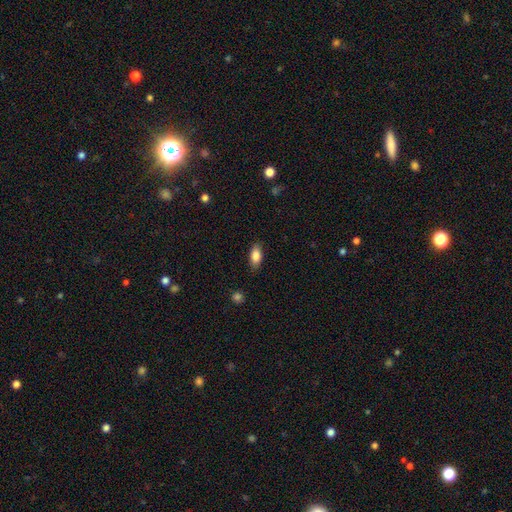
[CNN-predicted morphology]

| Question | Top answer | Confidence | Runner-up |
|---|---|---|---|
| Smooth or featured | smooth | 85% | featured or disk (8%) |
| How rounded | in between | 87% | cigar-shaped (9%) |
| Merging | none | 85% | minor disturbance (11%) |